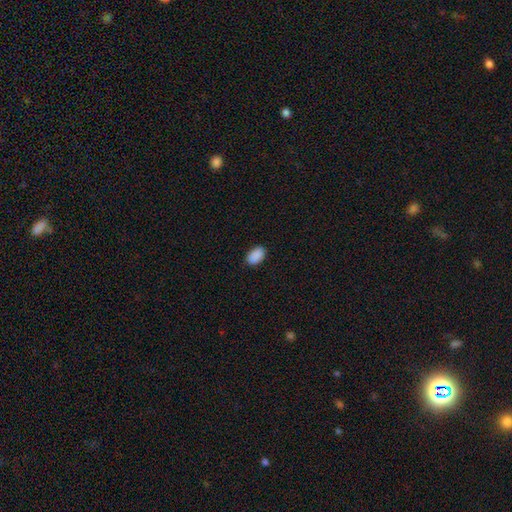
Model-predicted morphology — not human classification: smooth-or-featured: smooth: 90% | star or artifact: 7% | featured or disk: 2%
  how-rounded: in between: 92% | round: 7% | cigar-shaped: 1%
  merging: none: 88% | minor disturbance: 9% | major disturbance: 2% | merger: 1%